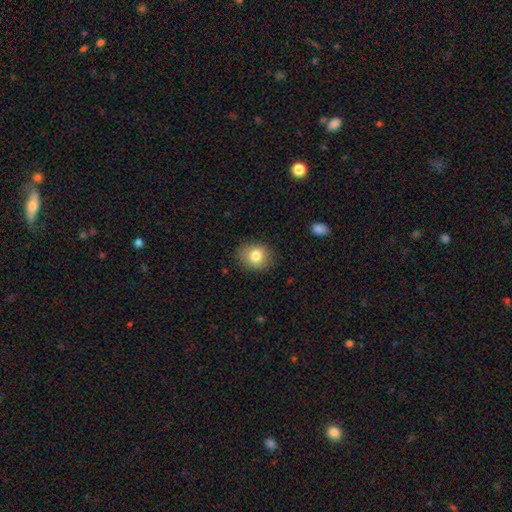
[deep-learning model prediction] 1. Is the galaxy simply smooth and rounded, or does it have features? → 81% smooth, 9% featured or disk, 9% star or artifact.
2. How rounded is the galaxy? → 65% round, 34% in between, 1% cigar-shaped.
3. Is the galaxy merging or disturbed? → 85% none, 11% minor disturbance, 3% major disturbance, 1% merger.